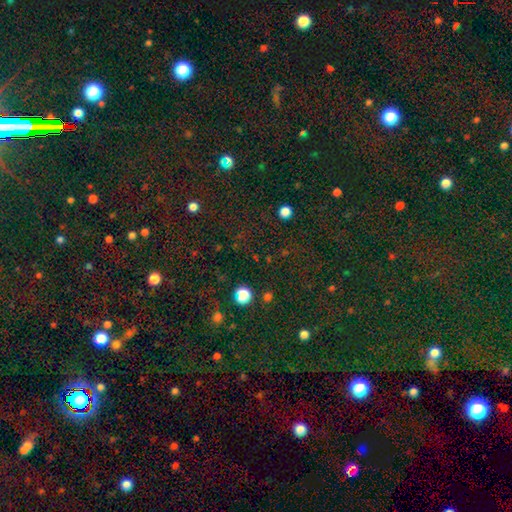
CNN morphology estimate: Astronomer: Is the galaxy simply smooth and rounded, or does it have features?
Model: star or artifact — 75%.